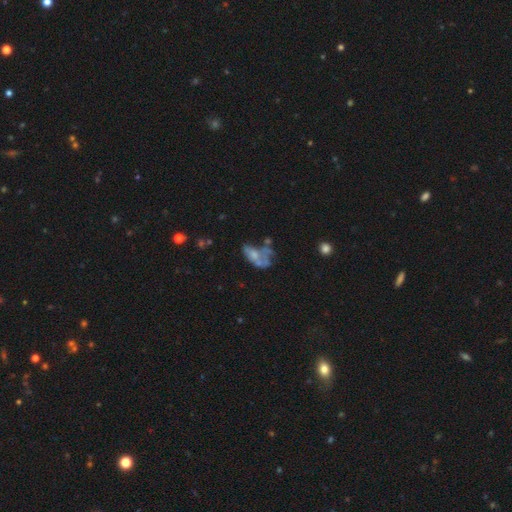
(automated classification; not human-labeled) smooth-or-featured: featured or disk: 47% | smooth: 40% | star or artifact: 13%
  merging: merger: 32% | major disturbance: 31% | none: 21% | minor disturbance: 16%